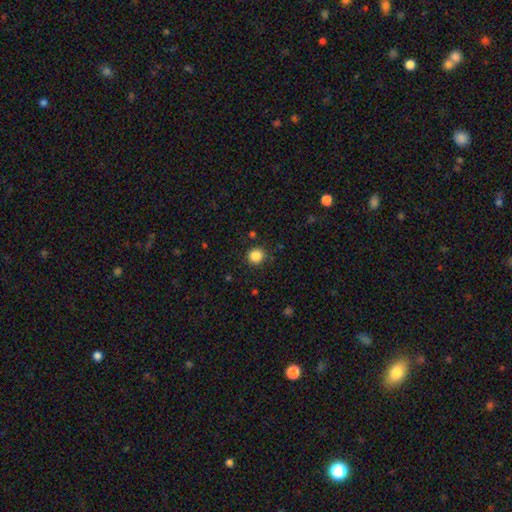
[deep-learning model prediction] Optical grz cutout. It shows a smooth galaxy with no disk features (86%) that is round (89%). Merging: none (87%).